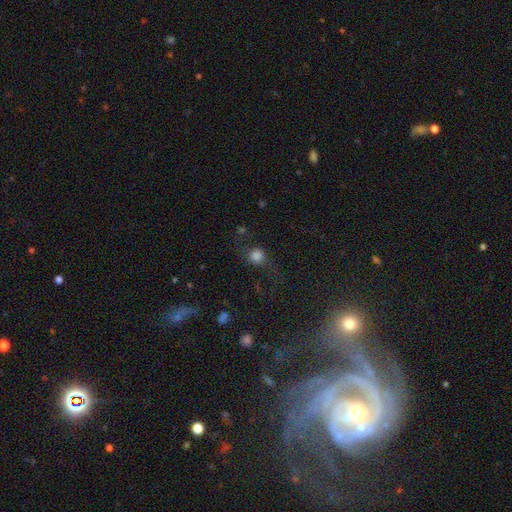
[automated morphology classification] smooth_or_featured: smooth (p=0.75) [alt: star or artifact p=0.15]
how_rounded: round (p=0.89) [alt: in between p=0.09]
merging: none (p=0.66) [alt: minor disturbance p=0.17]